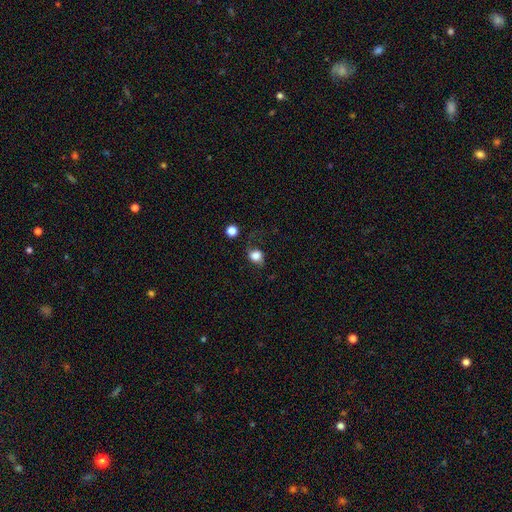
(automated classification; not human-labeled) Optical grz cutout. It shows a smooth galaxy with no disk features (76%) that is round (65%). Merging: none (50%).